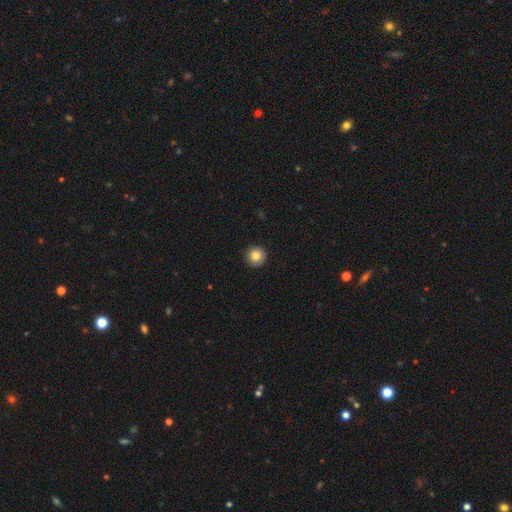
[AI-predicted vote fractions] This appears to be a smooth galaxy with no disk features (83%) that is round (96%). Merging: none (93%).